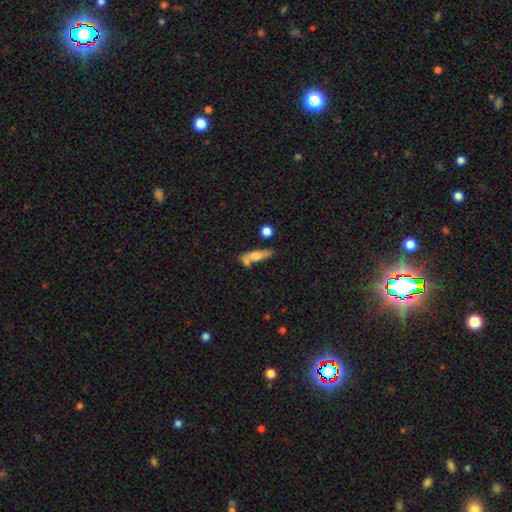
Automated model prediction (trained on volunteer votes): smooth 63%, featured or disk 29%, star or artifact 8%. Down the decision tree: how rounded — cigar-shaped (62%); merging — none (54%).